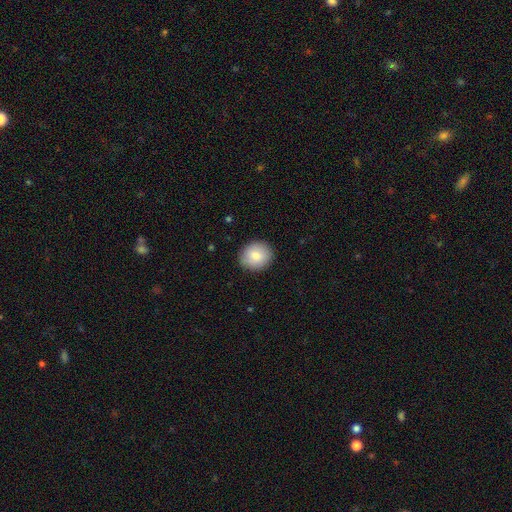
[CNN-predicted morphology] smooth 82%, featured or disk 11%, star or artifact 7%. Down the decision tree: how rounded — round (74%); merging — none (89%).